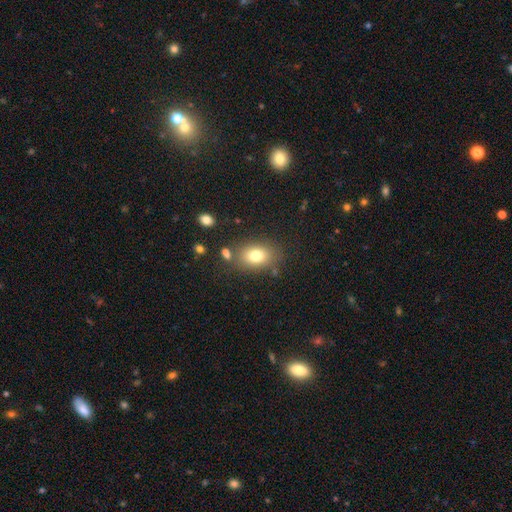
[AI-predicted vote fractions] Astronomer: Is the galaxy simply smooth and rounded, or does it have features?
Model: smooth — 78%.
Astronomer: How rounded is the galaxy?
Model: in between — 73%.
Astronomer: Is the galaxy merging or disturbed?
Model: none — 77%.